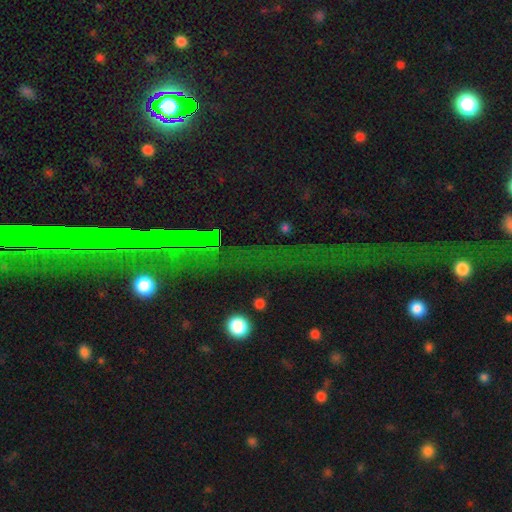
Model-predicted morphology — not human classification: Smooth or featured? star or artifact (72%)